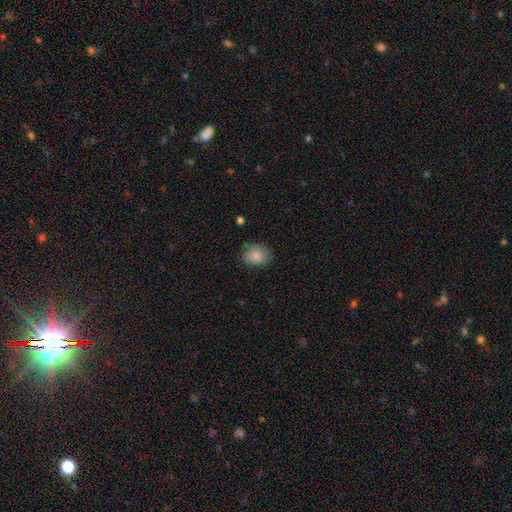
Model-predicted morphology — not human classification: Smooth or featured?
  - smooth: 86% *
  - star or artifact: 8%
  - featured or disk: 7%
How rounded?
  - round: 50% *
  - in between: 49%
  - cigar-shaped: 1%
Merging?
  - none: 75% *
  - minor disturbance: 20%
  - major disturbance: 4%
  - merger: 1%